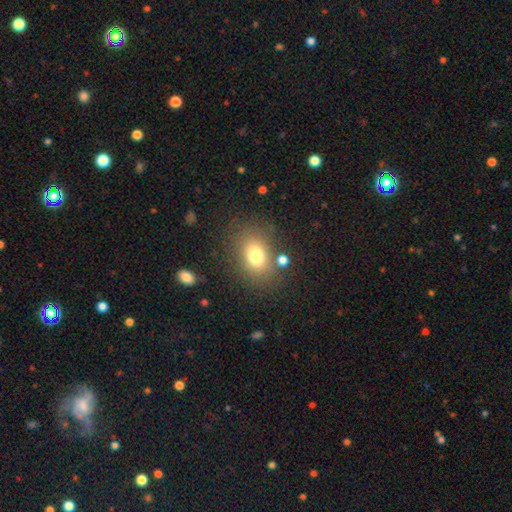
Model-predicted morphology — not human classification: Smooth or featured?
  - smooth: 76% *
  - featured or disk: 12%
  - star or artifact: 12%
How rounded?
  - in between: 69% *
  - round: 30%
  - cigar-shaped: 1%
Merging?
  - none: 76% *
  - minor disturbance: 12%
  - major disturbance: 6%
  - merger: 6%